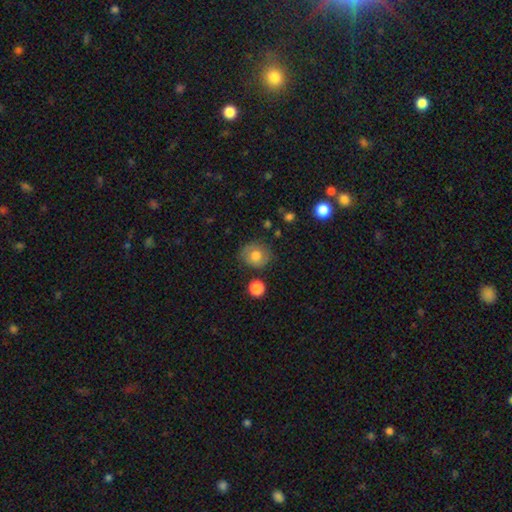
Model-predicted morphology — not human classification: A smooth galaxy with no disk features (73%) that is round (79%). Merging: none (76%).